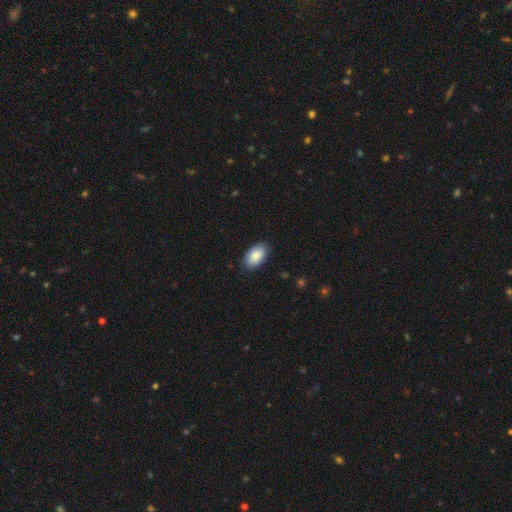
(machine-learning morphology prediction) Smooth or featured? smooth (87%)
How rounded? in between (94%)
Merging? none (84%)